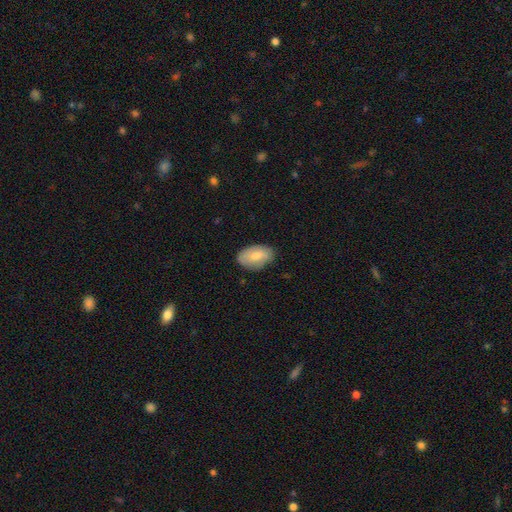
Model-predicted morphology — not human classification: A smooth galaxy with no disk features (74%) that is in between round and cigar-shaped (92%).

Vote fractions:
- Smooth or featured? smooth: 74% / featured or disk: 20% / star or artifact: 6%
- How rounded? in between: 92% / round: 6% / cigar-shaped: 2%
- Merging? none: 77% / minor disturbance: 18% / major disturbance: 3% / merger: 1%